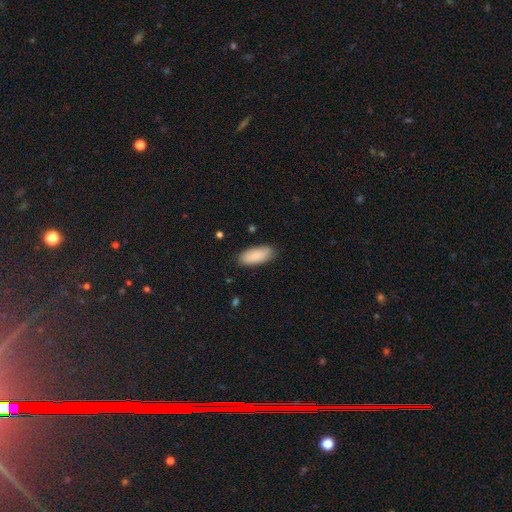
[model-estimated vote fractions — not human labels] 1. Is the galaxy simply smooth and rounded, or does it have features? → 86% smooth, 8% featured or disk, 6% star or artifact.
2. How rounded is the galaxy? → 86% in between, 13% cigar-shaped, 2% round.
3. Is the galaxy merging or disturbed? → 85% none, 11% minor disturbance, 2% major disturbance, 1% merger.